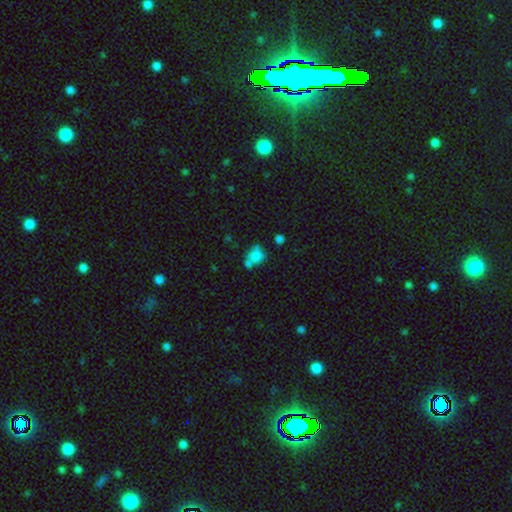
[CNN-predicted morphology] A smooth galaxy with no disk features (74%) that is round (61%). Merging: none (40%).